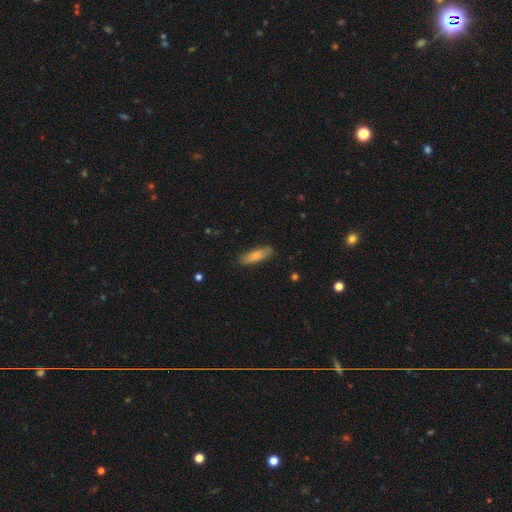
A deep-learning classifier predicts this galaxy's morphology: A smooth galaxy with no disk features (83%) that is cigar-shaped (51%).

Vote fractions:
- Smooth or featured? smooth: 83% / featured or disk: 11% / star or artifact: 6%
- How rounded? cigar-shaped: 51% / in between: 48% / round: 2%
- Merging? none: 83% / minor disturbance: 13% / major disturbance: 3% / merger: 1%